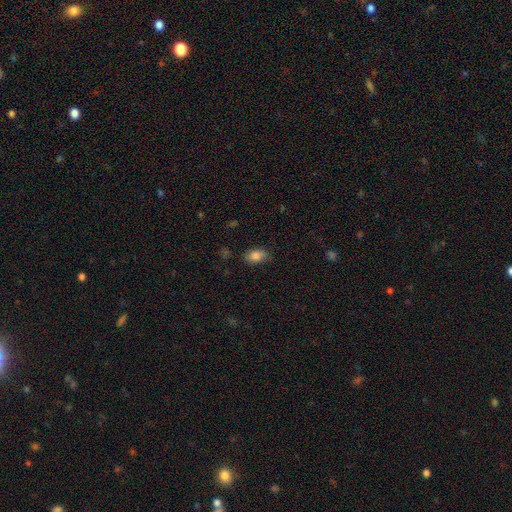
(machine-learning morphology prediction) Smooth or featured?
  - smooth: 85% *
  - star or artifact: 9%
  - featured or disk: 6%
How rounded?
  - in between: 87% *
  - round: 12%
  - cigar-shaped: 2%
Merging?
  - none: 79% *
  - minor disturbance: 16%
  - major disturbance: 4%
  - merger: 1%